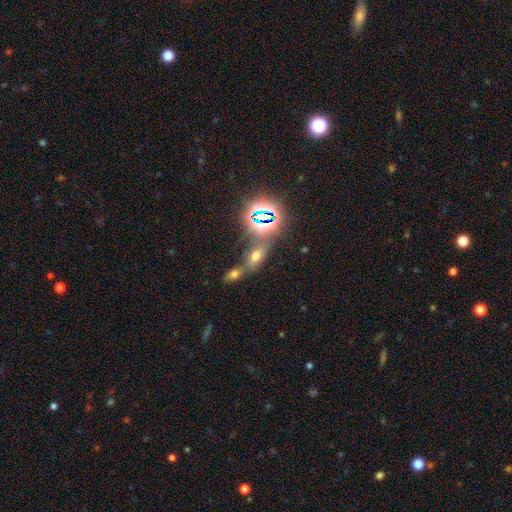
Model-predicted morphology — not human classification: This appears to be a smooth galaxy with no disk features (44%). Merging: none (44%).